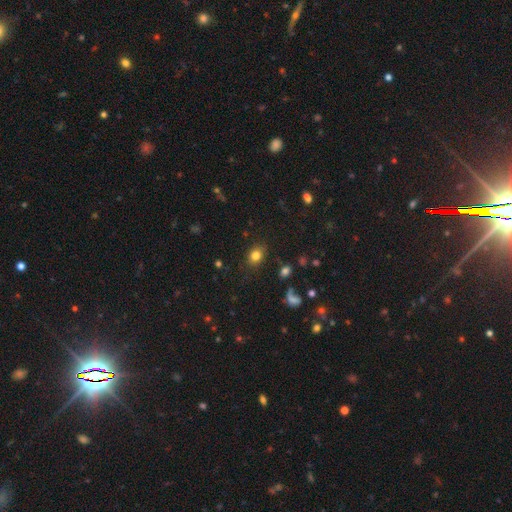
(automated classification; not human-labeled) Overall: smooth (80%). How rounded: in between (57%; round 42%). Merging: none (82%).